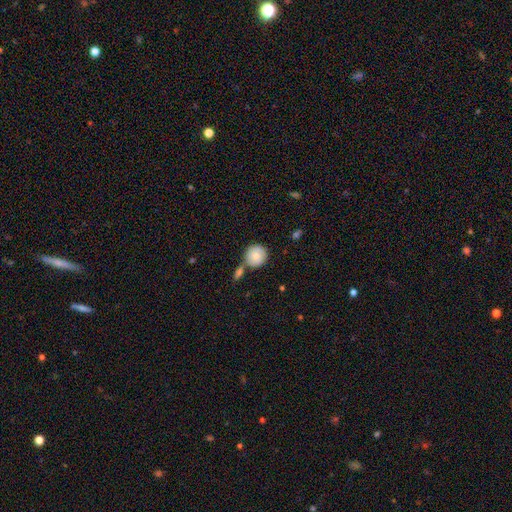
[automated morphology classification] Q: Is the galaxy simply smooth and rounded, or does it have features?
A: smooth — 81%.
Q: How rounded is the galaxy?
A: round — 93%.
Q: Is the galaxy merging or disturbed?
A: none — 63%.